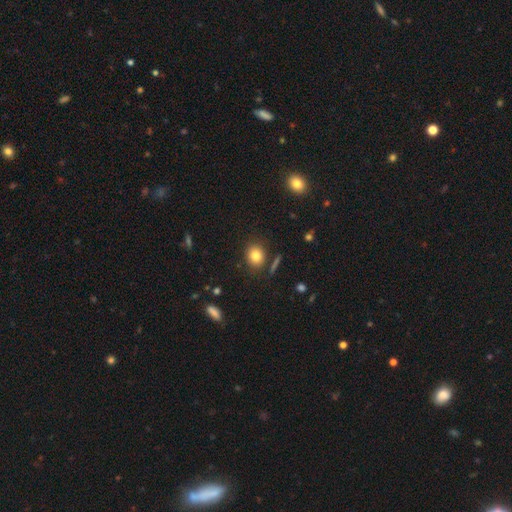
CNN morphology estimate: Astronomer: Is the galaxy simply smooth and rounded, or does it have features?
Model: smooth — 82%.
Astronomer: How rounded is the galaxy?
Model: round — 64%.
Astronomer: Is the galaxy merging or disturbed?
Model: none — 84%.